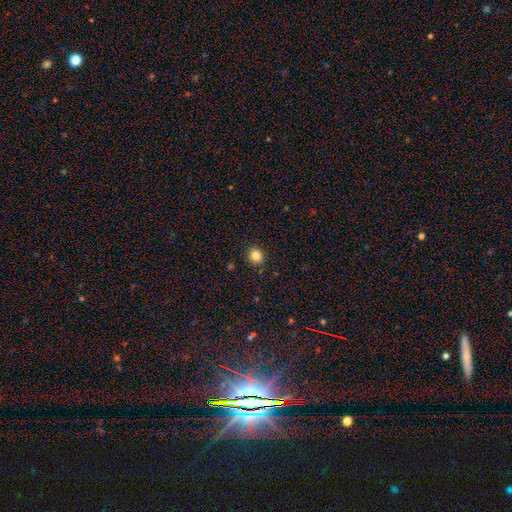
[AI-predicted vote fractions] A smooth galaxy with no disk features (83%) that is round (89%).

Vote fractions:
- Smooth or featured? smooth: 83% / star or artifact: 12% / featured or disk: 5%
- How rounded? round: 89% / in between: 10% / cigar-shaped: 1%
- Merging? none: 91% / minor disturbance: 6% / major disturbance: 2% / merger: 1%